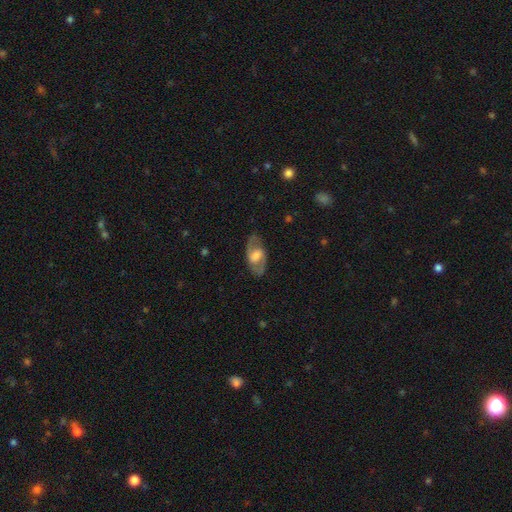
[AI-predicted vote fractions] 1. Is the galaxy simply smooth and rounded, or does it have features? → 60% featured or disk, 34% smooth, 6% star or artifact.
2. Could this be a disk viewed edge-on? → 88% no, 12% yes.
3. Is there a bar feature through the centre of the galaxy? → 41% weak, 40% no, 19% strong.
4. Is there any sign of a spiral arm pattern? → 63% yes, 37% no.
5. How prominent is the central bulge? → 40% large, 36% moderate, 14% small, 6% none, 3% dominant.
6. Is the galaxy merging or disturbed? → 79% none, 13% minor disturbance, 7% major disturbance, 1% merger.